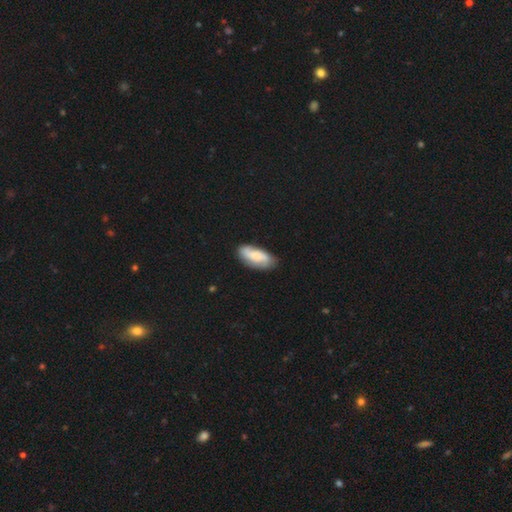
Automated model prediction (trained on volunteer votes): smooth-or-featured: smooth: 62% | featured or disk: 32% | star or artifact: 7%
  how-rounded: in between: 84% | cigar-shaped: 13% | round: 2%
  merging: none: 75% | minor disturbance: 19% | major disturbance: 4% | merger: 2%